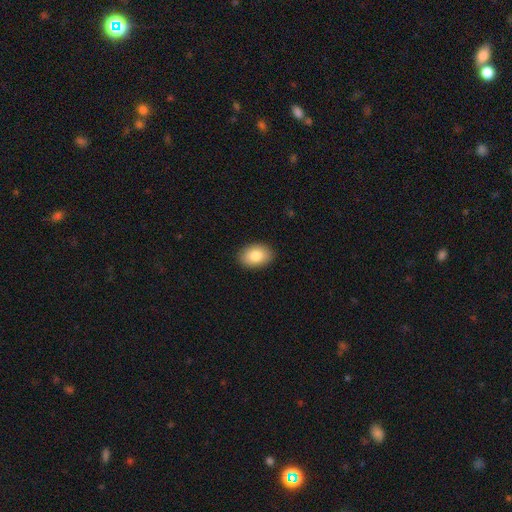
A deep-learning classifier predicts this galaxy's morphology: This is clearly a smooth galaxy (84%). How rounded: clearly in between (88%). Merging: clearly none (90%).